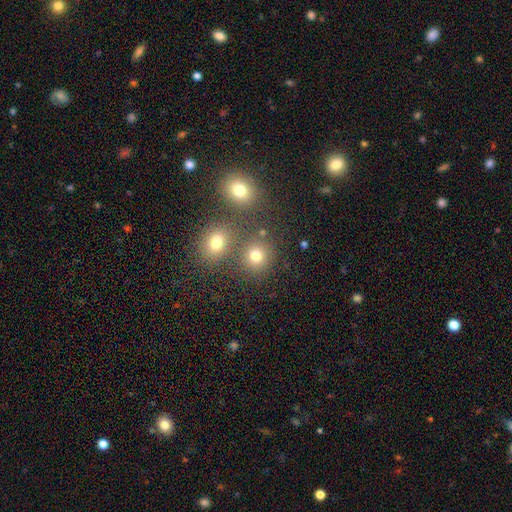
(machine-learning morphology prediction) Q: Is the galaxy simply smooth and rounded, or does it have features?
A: smooth — 76%.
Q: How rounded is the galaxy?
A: round — 84%.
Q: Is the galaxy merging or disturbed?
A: none — 71%.